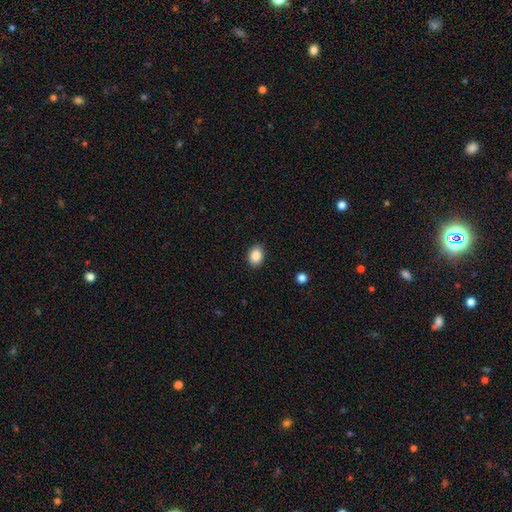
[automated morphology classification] Smooth or featured? smooth (87%)
How rounded? in between (65%)
Merging? none (90%)